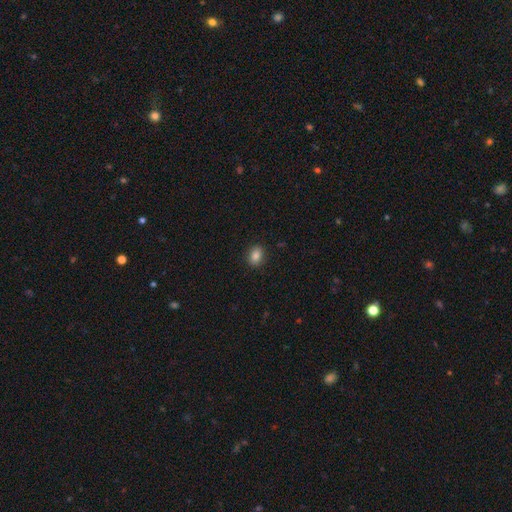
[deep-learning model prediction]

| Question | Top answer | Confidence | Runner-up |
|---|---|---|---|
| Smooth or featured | smooth | 86% | star or artifact (10%) |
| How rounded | in between | 66% | round (33%) |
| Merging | none | 89% | minor disturbance (8%) |